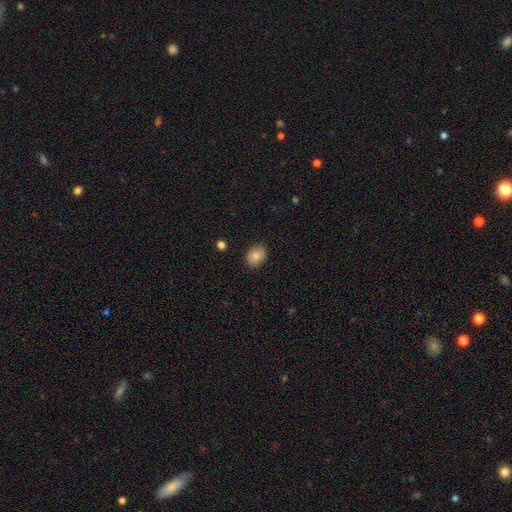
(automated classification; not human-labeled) This appears to be a smooth galaxy with no disk features (85%) that is in between round and cigar-shaped (73%). Merging: none (87%).